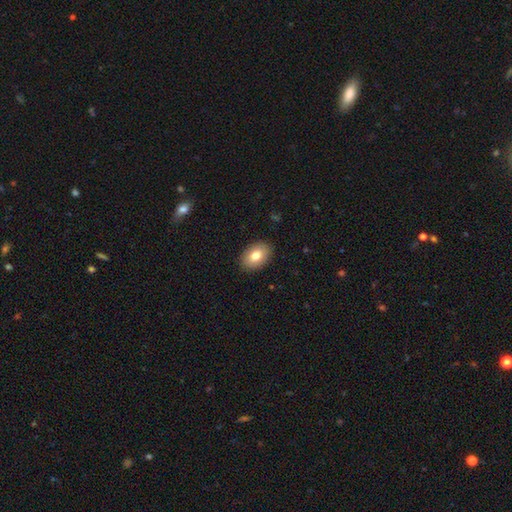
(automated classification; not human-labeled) Morphology: type=smooth (79%); roundness=in between (84%); merging=none (89%).